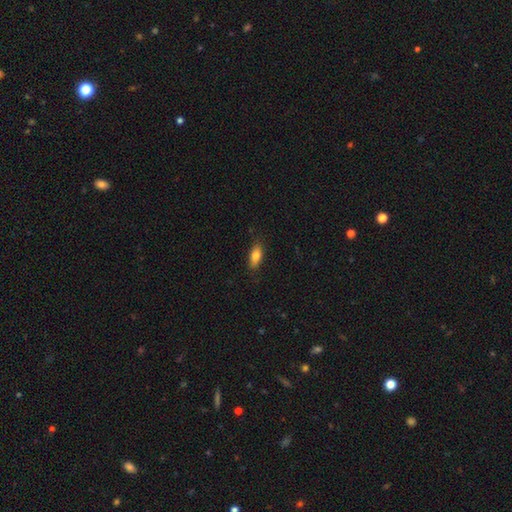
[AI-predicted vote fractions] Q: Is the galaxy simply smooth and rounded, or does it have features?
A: smooth — 79%.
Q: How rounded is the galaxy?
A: in between — 78%.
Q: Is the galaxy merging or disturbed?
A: none — 83%.